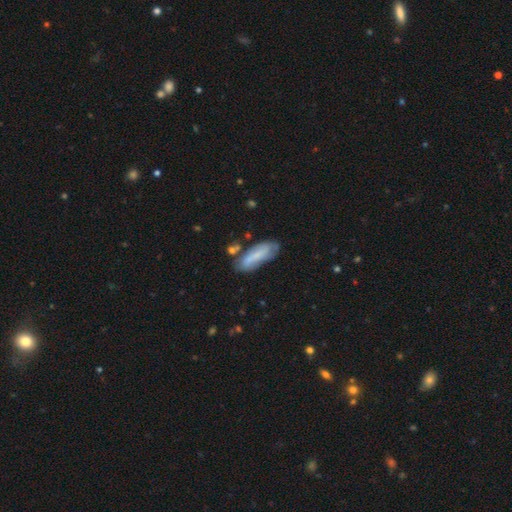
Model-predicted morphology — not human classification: smooth_or_featured: smooth (p=0.65) [alt: featured or disk p=0.27]
how_rounded: in between (p=0.60) [alt: cigar-shaped p=0.39]
merging: none (p=0.58) [alt: minor disturbance p=0.25]